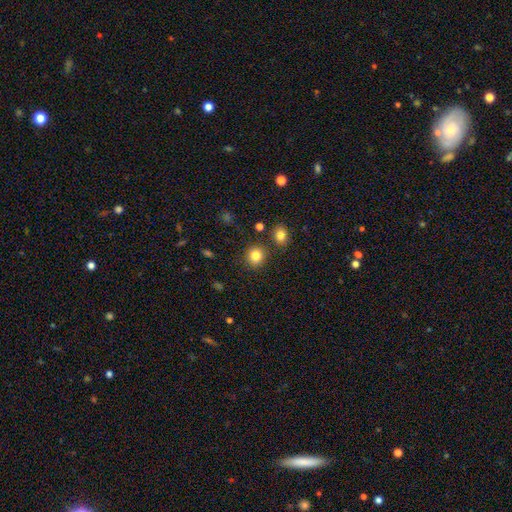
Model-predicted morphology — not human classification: This is clearly a smooth galaxy (83%). How rounded: clearly round (88%). Merging: clearly none (85%).